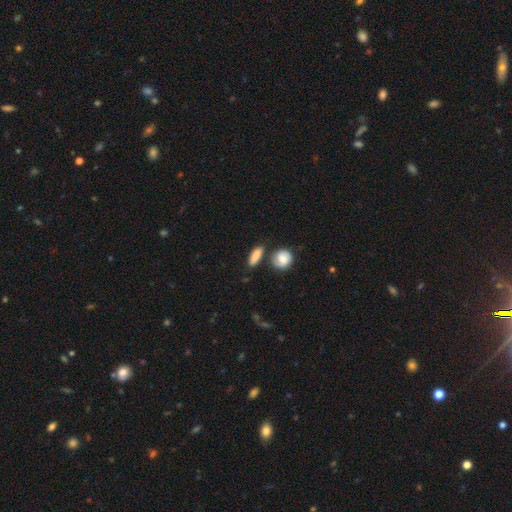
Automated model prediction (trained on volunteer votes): Morphology: type=smooth (83%); roundness=in between (61%); merging=none (67%).